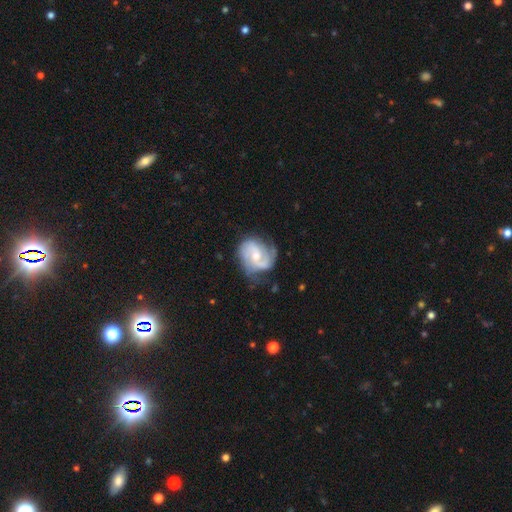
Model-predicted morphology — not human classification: A featured or disk galaxy (83%) with no bar (50%), 2 (67%) medium (46%) spiral arms (95%) and a moderate central bulge (50%). Merging: none (61%).